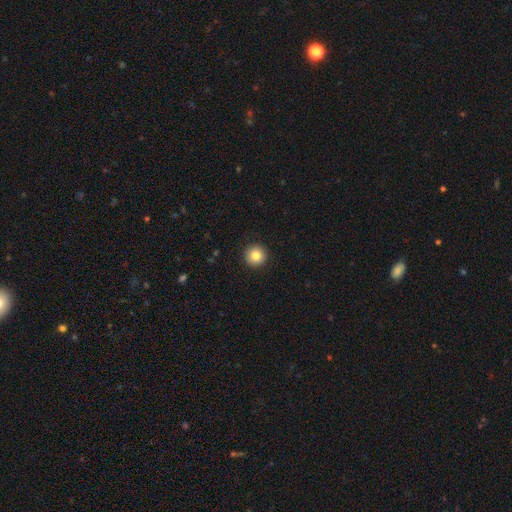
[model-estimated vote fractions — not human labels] smooth 84%, star or artifact 9%, featured or disk 7%. Down the decision tree: how rounded — round (96%); merging — none (93%).